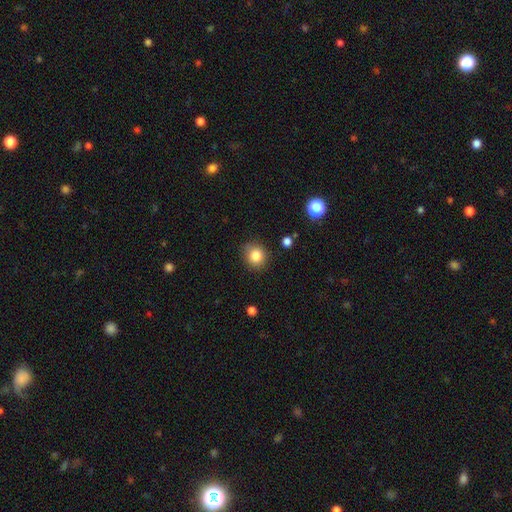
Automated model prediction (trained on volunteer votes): A smooth galaxy with no disk features (84%) that is round (85%).

Vote fractions:
- Smooth or featured? smooth: 84% / star or artifact: 11% / featured or disk: 6%
- How rounded? round: 85% / in between: 14% / cigar-shaped: 1%
- Merging? none: 83% / minor disturbance: 12% / major disturbance: 3% / merger: 2%